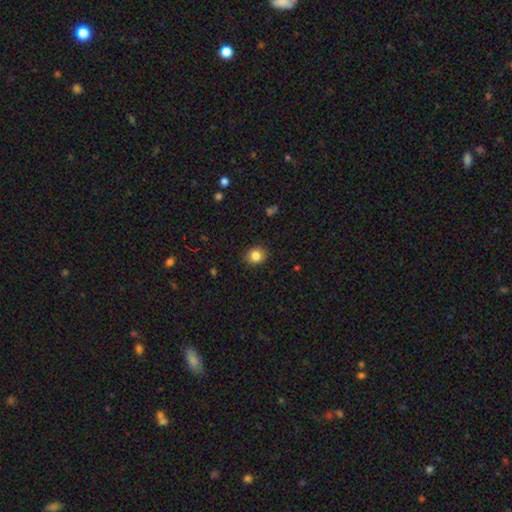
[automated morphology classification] Smooth or featured? smooth (85%)
How rounded? round (71%)
Merging? none (88%)